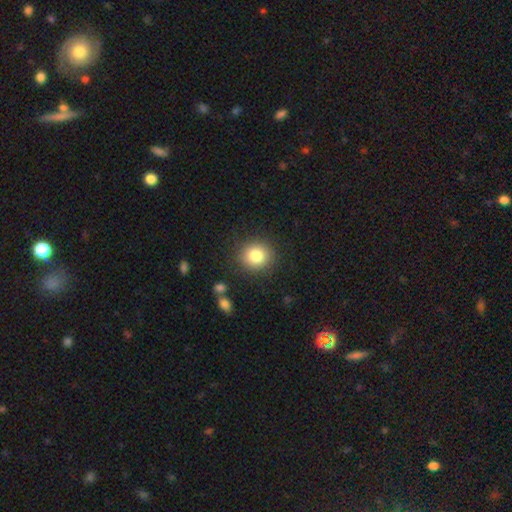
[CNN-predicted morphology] Smooth or featured?
  - smooth: 82% *
  - star or artifact: 10%
  - featured or disk: 8%
How rounded?
  - round: 84% *
  - in between: 16%
  - cigar-shaped: 1%
Merging?
  - none: 87% *
  - minor disturbance: 8%
  - major disturbance: 3%
  - merger: 2%